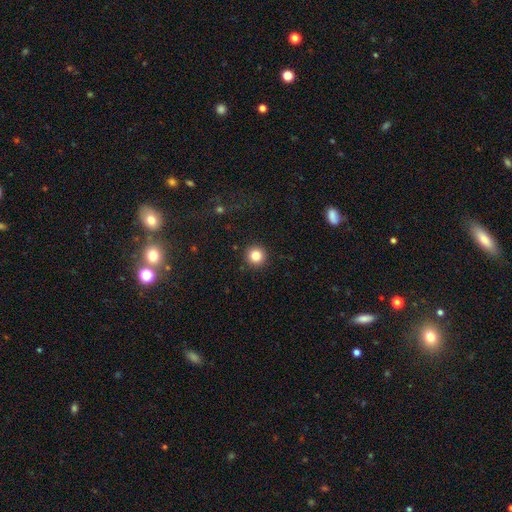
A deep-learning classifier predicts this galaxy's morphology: The model was most divided on "smooth or featured": smooth: 84%, star or artifact: 11%, featured or disk: 5%. More confident: how rounded — round (95%); merging — none (92%).